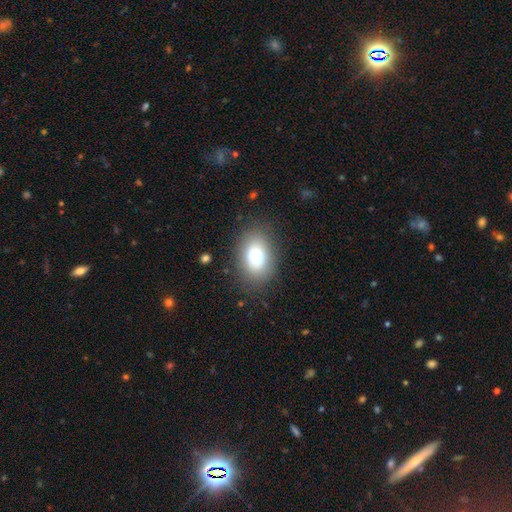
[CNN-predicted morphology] Smooth or featured: smooth — 76% (featured or disk — 13%)
How rounded: in between — 77% (round — 22%)
Merging: none — 84% (minor disturbance — 11%)